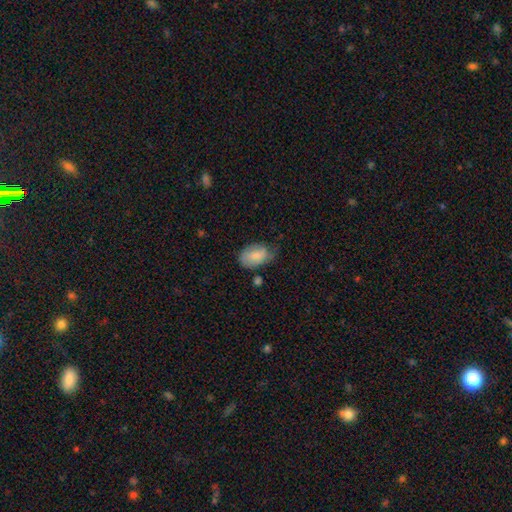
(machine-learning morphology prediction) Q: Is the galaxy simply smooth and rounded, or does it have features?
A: smooth — 82%.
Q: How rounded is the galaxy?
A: in between — 89%.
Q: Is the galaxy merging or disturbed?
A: none — 50%.